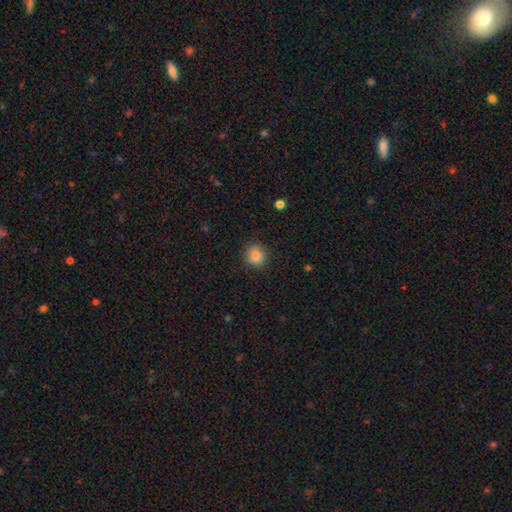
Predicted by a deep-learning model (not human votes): Smooth or featured: smooth — 85% (star or artifact — 10%)
How rounded: round — 80% (in between — 19%)
Merging: none — 87% (minor disturbance — 9%)